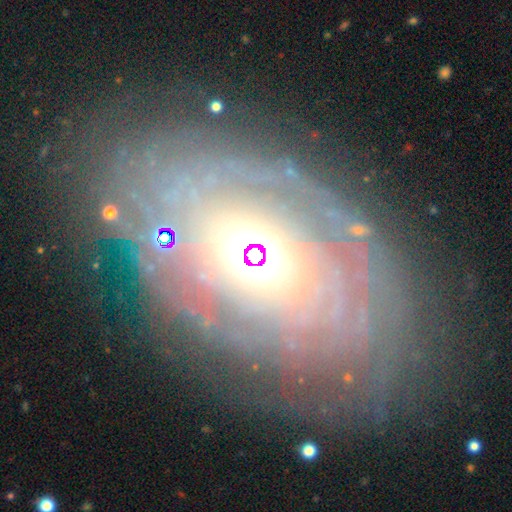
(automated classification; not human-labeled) smooth-or-featured: featured or disk: 71% | smooth: 17% | star or artifact: 12%
  disk-edge-on: no: 91% | yes: 9%
    bar: no: 67% | weak: 20% | strong: 13%
    has-spiral-arms: yes: 65% | no: 35%
    bulge-size: moderate: 52% | small: 22% | large: 19% | dominant: 4% | none: 3%
  merging: none: 68% | minor disturbance: 17% | major disturbance: 12% | merger: 4%